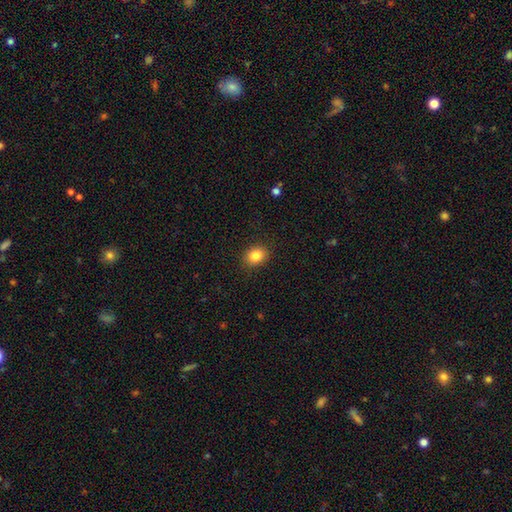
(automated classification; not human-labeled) smooth 84%, star or artifact 10%, featured or disk 6%. Down the decision tree: how rounded — round (51%); merging — none (89%).